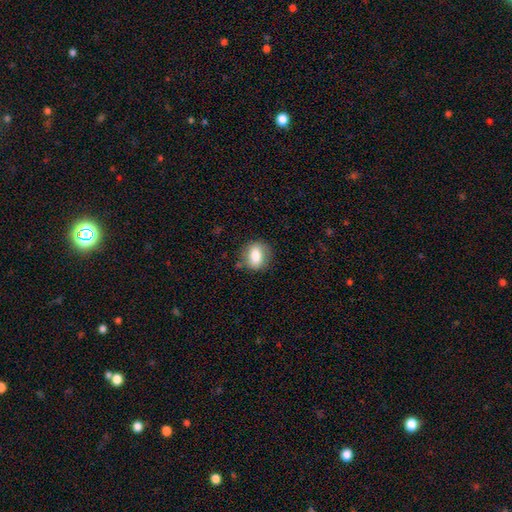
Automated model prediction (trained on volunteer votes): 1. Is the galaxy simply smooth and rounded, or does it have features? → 77% smooth, 14% featured or disk, 8% star or artifact.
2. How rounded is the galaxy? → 50% in between, 48% round, 2% cigar-shaped.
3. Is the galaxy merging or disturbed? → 81% none, 13% minor disturbance, 4% major disturbance, 2% merger.